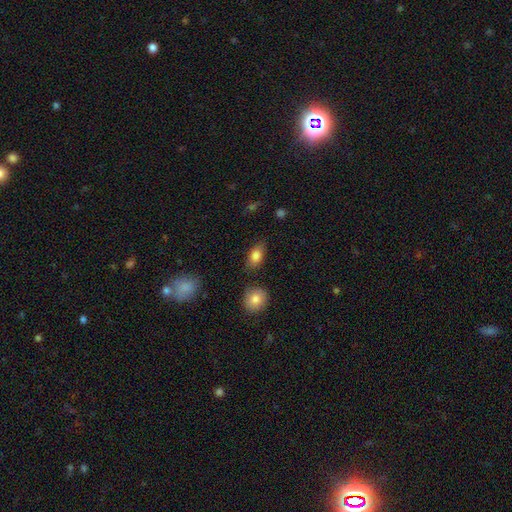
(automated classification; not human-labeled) Q: Smooth or featured?
A: smooth (82%); runner-up: featured or disk (11%)
Q: How rounded?
A: in between (87%); runner-up: round (9%)
Q: Merging?
A: none (78%); runner-up: minor disturbance (15%)